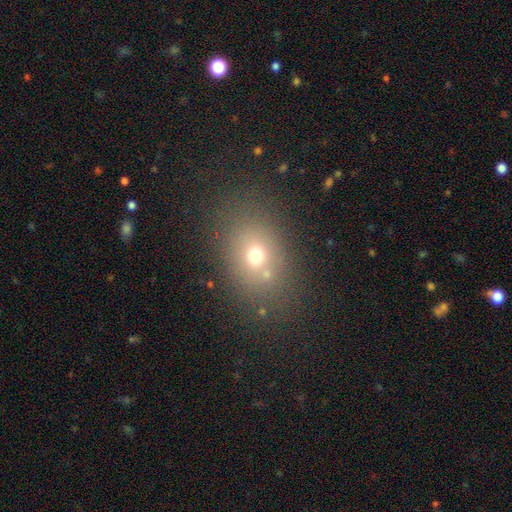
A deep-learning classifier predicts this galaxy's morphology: Smooth or featured? Predicted: smooth (p=0.65). How rounded? Predicted: in between (p=0.54). Merging? Predicted: none (p=0.71).